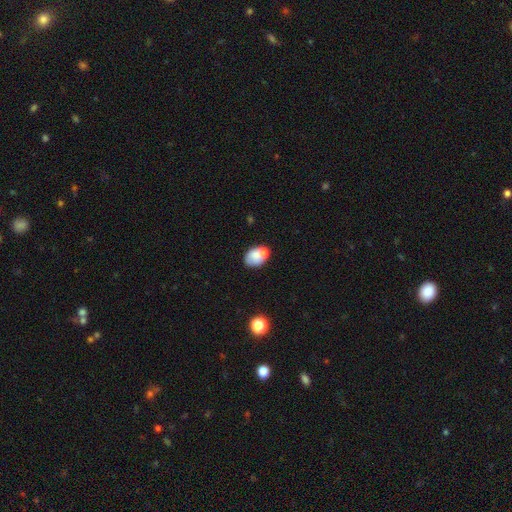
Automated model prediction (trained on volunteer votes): Smooth or featured? smooth (71%)
How rounded? in between (73%)
Merging? none (49%)